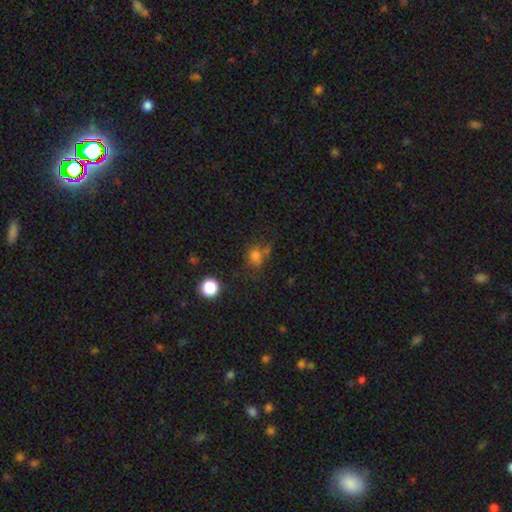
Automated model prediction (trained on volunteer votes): smooth-or-featured: smooth: 69% | star or artifact: 21% | featured or disk: 10%
  how-rounded: round: 57% | in between: 41% | cigar-shaped: 2%
  merging: none: 51% | minor disturbance: 19% | merger: 16% | major disturbance: 14%